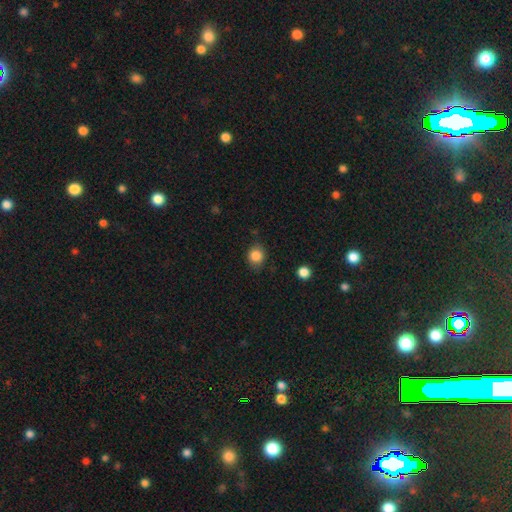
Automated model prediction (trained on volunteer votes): Morphology: type=smooth (85%); roundness=round (76%); merging=none (81%).